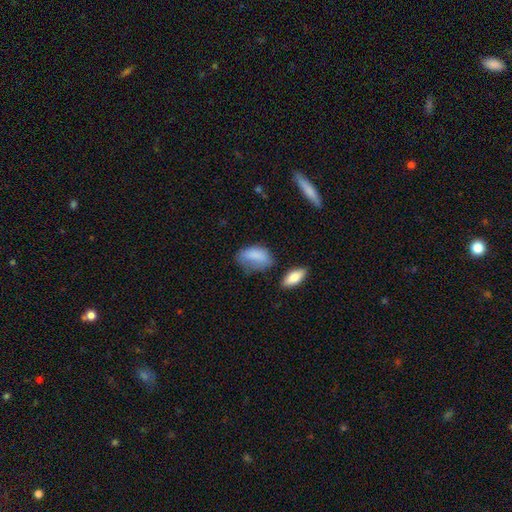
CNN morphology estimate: Smooth or featured? smooth (81%)
How rounded? in between (90%)
Merging? none (42%)